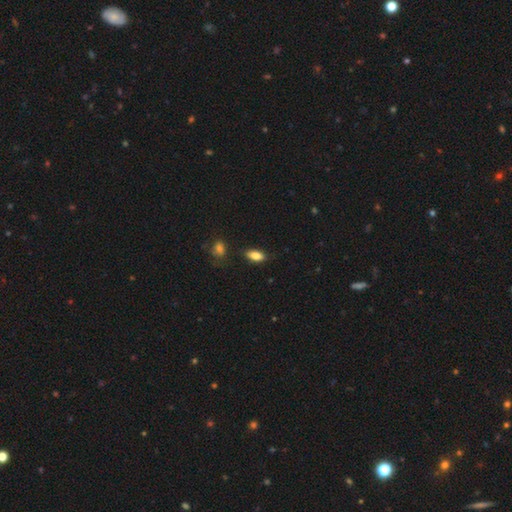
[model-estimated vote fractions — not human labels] This appears to be a smooth galaxy with no disk features (83%) that is in between round and cigar-shaped (87%). Merging: none (83%).